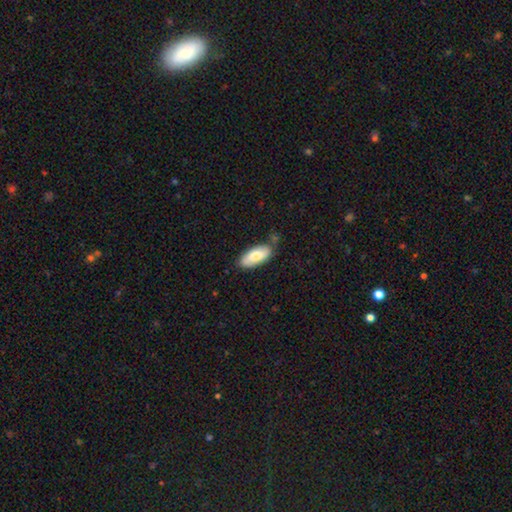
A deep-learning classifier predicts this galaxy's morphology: This appears to be a smooth galaxy with no disk features (75%) that is in between round and cigar-shaped (86%). Merging: none (73%).